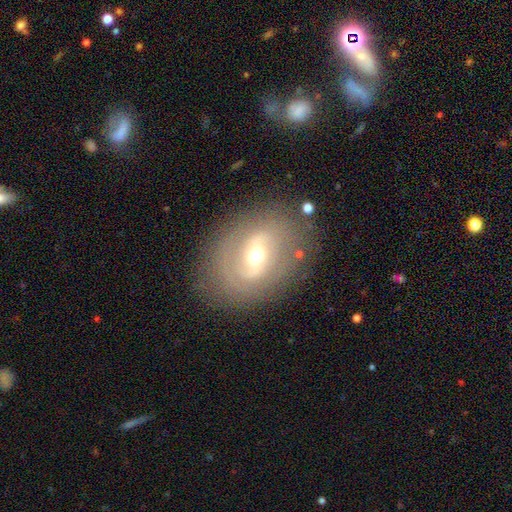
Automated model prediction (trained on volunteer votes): Q: Smooth or featured?
A: featured or disk (70%); runner-up: smooth (22%)
Q: Edge-on disk?
A: no (93%); runner-up: yes (7%)
Q: Bar?
A: weak (44%); runner-up: strong (36%)
Q: Spiral arms?
A: yes (59%); runner-up: no (41%)
Q: Bulge size?
A: moderate (68%); runner-up: small (22%)
Q: Merging?
A: none (79%); runner-up: minor disturbance (12%)